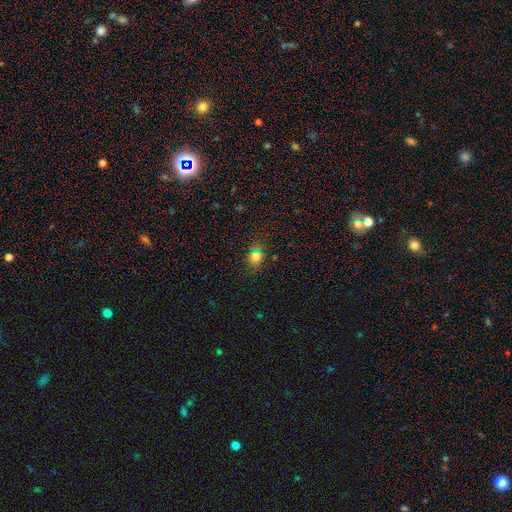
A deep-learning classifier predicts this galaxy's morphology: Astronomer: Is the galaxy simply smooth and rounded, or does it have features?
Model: smooth — 74%.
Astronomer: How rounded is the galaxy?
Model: round — 63%.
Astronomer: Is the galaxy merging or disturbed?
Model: none — 82%.